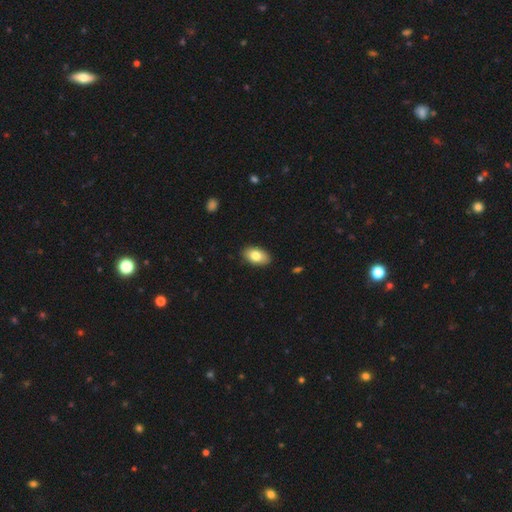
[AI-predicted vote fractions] Smooth or featured? smooth (80%)
How rounded? in between (93%)
Merging? none (88%)